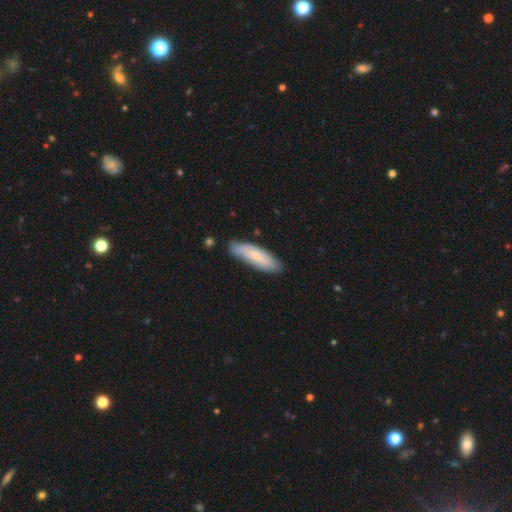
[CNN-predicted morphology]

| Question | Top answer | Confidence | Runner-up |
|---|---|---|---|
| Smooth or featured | smooth | 75% | featured or disk (19%) |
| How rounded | cigar-shaped | 59% | in between (39%) |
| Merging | none | 80% | minor disturbance (16%) |